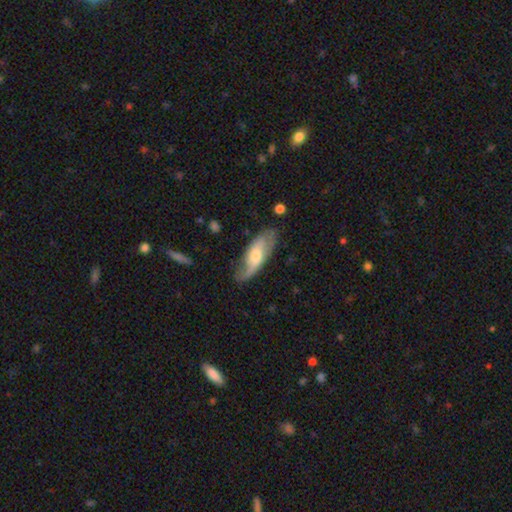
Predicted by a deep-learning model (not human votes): smooth-or-featured: featured or disk: 57% | smooth: 37% | star or artifact: 6%
  disk-edge-on: no: 83% | yes: 17%
  merging: none: 64% | minor disturbance: 25% | major disturbance: 10% | merger: 2%